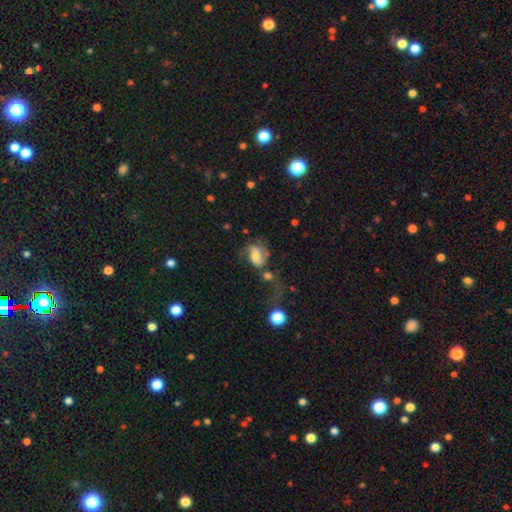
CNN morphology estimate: Smooth or featured? Predicted: featured or disk (p=0.65). Edge-on disk? Predicted: no (p=0.97). Bar? Predicted: no (p=0.48). Spiral arms? Predicted: yes (p=0.87). Spiral winding? Predicted: medium (p=0.43). Spiral arm count? Predicted: 2 (p=0.77). Bulge size? Predicted: moderate (p=0.51). Merging? Predicted: none (p=0.35).